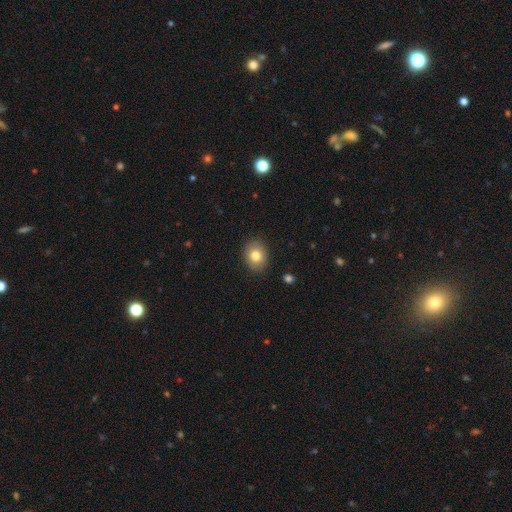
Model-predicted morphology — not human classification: Q: Smooth or featured?
A: smooth (79%); runner-up: featured or disk (12%)
Q: How rounded?
A: in between (56%); runner-up: round (43%)
Q: Merging?
A: none (88%); runner-up: minor disturbance (9%)